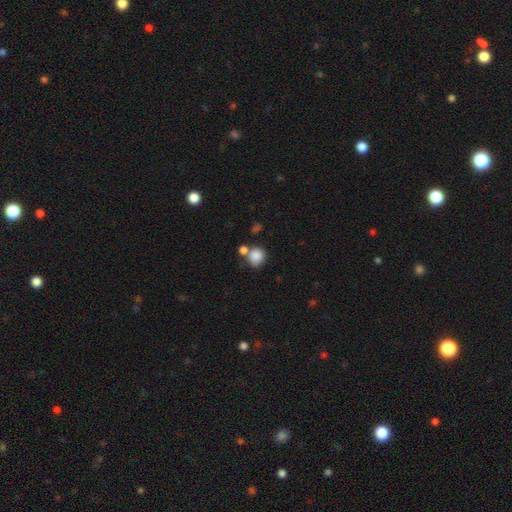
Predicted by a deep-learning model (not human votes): This is clearly a smooth galaxy (85%). How rounded: clearly round (84%). Merging: possibly none (56%).